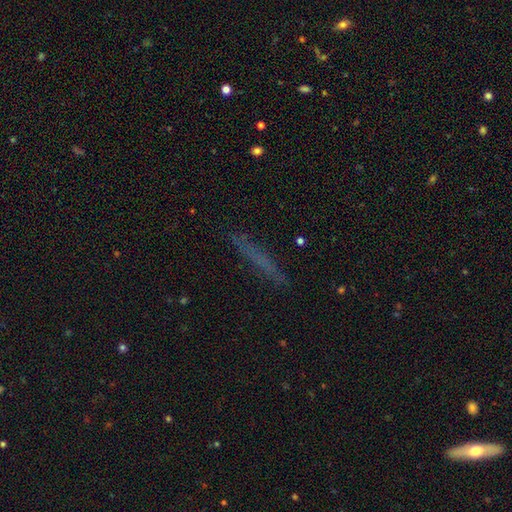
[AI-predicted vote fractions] Overall: smooth (51%; featured or disk 35%). How rounded: cigar-shaped (93%). Merging: none (85%).